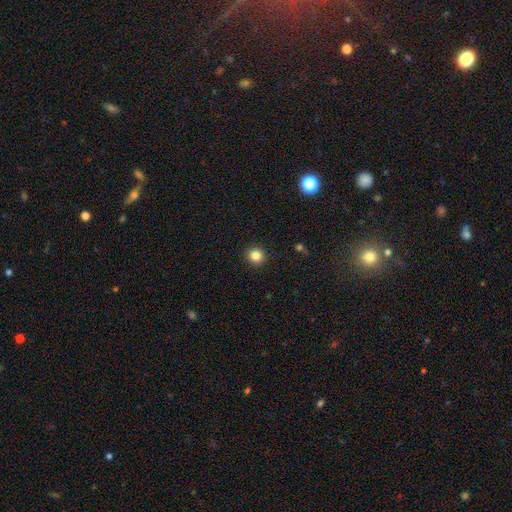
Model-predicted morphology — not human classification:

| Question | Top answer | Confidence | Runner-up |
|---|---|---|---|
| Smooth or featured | smooth | 84% | star or artifact (11%) |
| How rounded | round | 90% | in between (9%) |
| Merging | none | 92% | minor disturbance (5%) |